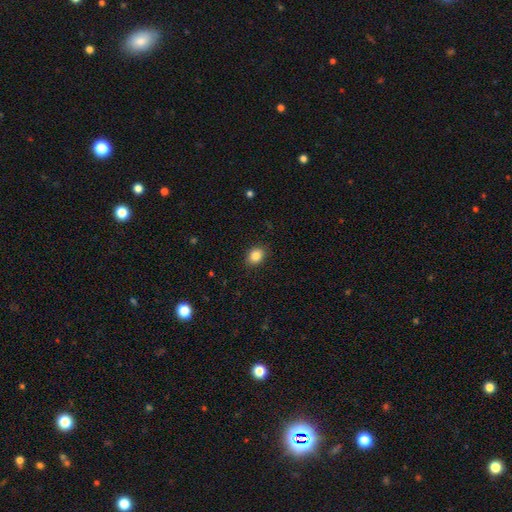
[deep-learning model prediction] Smooth or featured? Predicted: smooth (p=0.85). How rounded? Predicted: in between (p=0.56). Merging? Predicted: none (p=0.88).